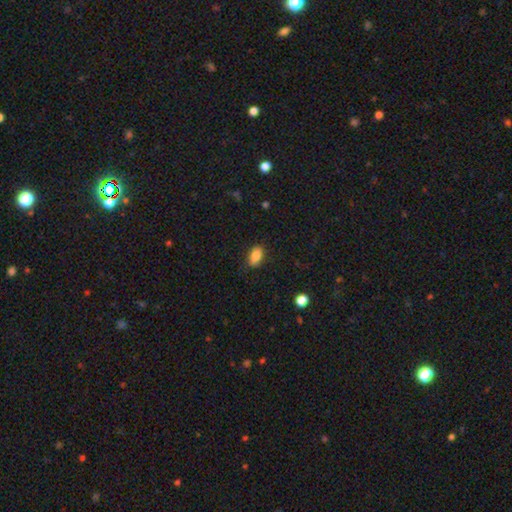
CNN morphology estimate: A smooth galaxy with no disk features (86%) that is in between round and cigar-shaped (88%).

Vote fractions:
- Smooth or featured? smooth: 86% / star or artifact: 9% / featured or disk: 5%
- How rounded? in between: 88% / round: 8% / cigar-shaped: 4%
- Merging? none: 83% / minor disturbance: 13% / major disturbance: 3% / merger: 1%